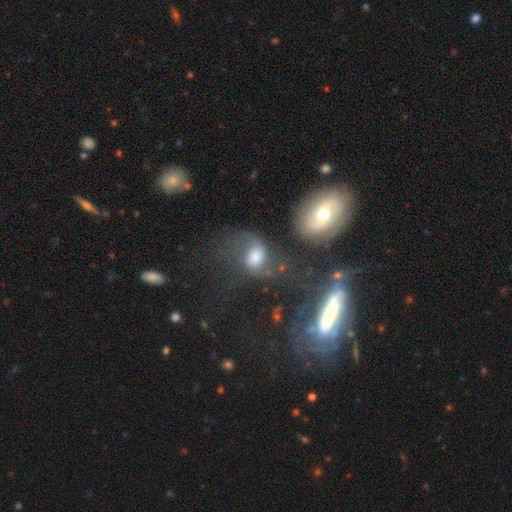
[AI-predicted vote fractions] Morphology: type=smooth (42%, tied with featured or disk); merging=none (42%).